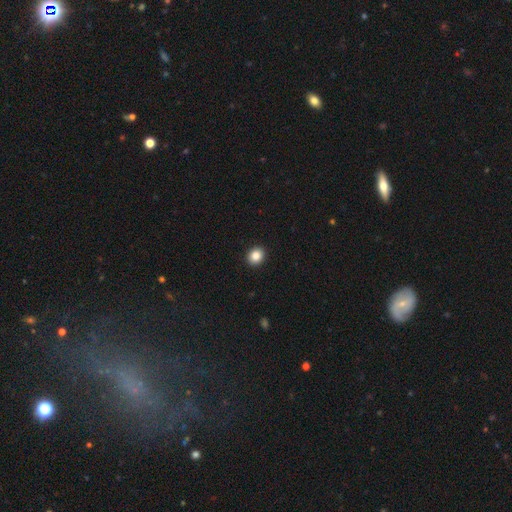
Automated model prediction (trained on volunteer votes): A smooth galaxy with no disk features (86%) that is round (69%).

Vote fractions:
- Smooth or featured? smooth: 86% / star or artifact: 9% / featured or disk: 5%
- How rounded? round: 69% / in between: 30% / cigar-shaped: 1%
- Merging? none: 93% / minor disturbance: 5% / major disturbance: 2% / merger: 1%